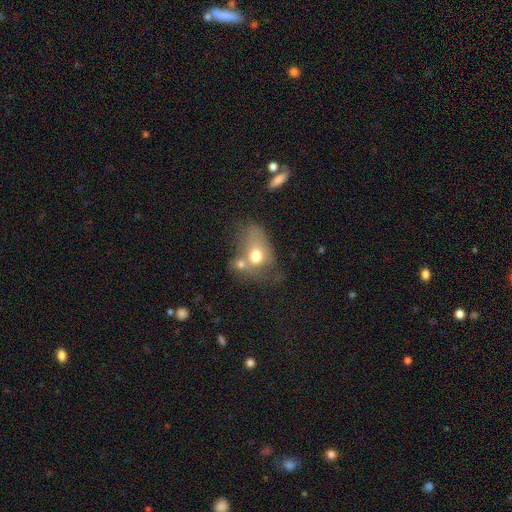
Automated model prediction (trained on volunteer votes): Smooth or featured?
  - smooth: 64% *
  - featured or disk: 25%
  - star or artifact: 10%
How rounded?
  - in between: 69% *
  - round: 29%
  - cigar-shaped: 2%
Merging?
  - merger: 44% *
  - major disturbance: 20%
  - none: 20%
  - minor disturbance: 16%